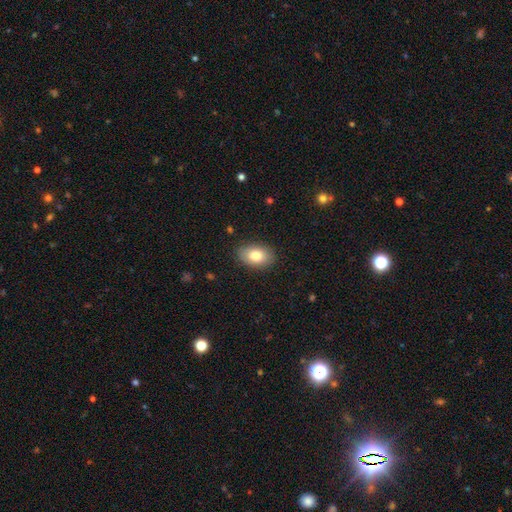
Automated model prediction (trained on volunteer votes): Smooth or featured? smooth (81%)
How rounded? in between (88%)
Merging? none (87%)